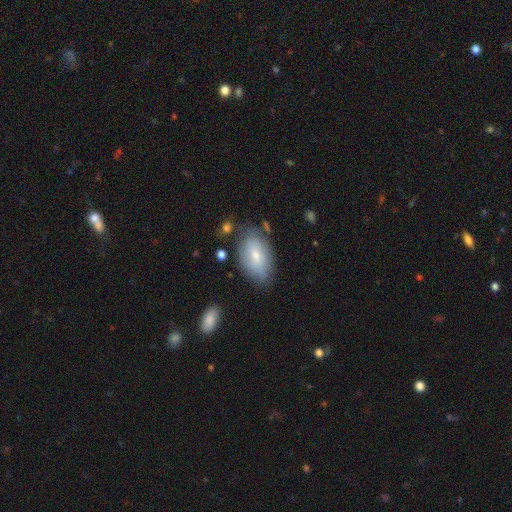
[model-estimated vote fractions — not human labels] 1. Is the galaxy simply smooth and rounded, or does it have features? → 68% smooth, 25% featured or disk, 7% star or artifact.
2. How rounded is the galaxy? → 92% in between, 6% round, 2% cigar-shaped.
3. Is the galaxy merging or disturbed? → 67% none, 23% minor disturbance, 6% major disturbance, 4% merger.